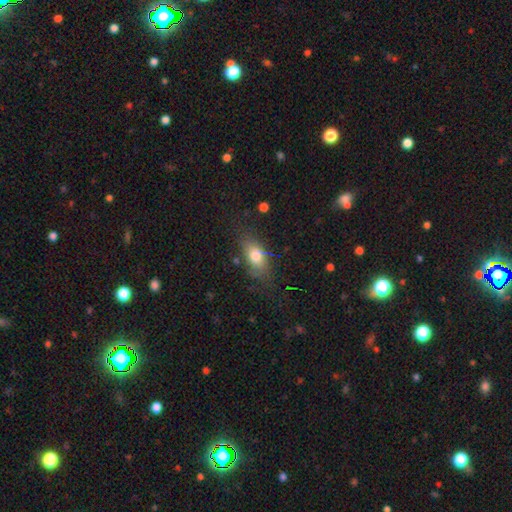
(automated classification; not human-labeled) This is likely a smooth galaxy (74%). How rounded: clearly in between (82%). Merging: likely none (67%).